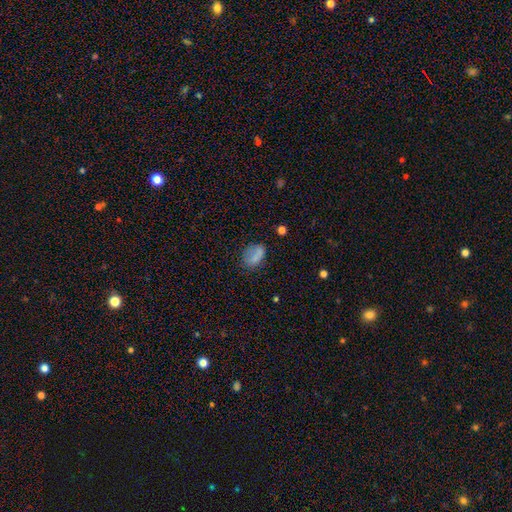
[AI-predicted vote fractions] Smooth or featured?
  - smooth: 77% *
  - star or artifact: 12%
  - featured or disk: 11%
How rounded?
  - in between: 80% *
  - round: 18%
  - cigar-shaped: 2%
Merging?
  - none: 60% *
  - minor disturbance: 25%
  - major disturbance: 11%
  - merger: 4%